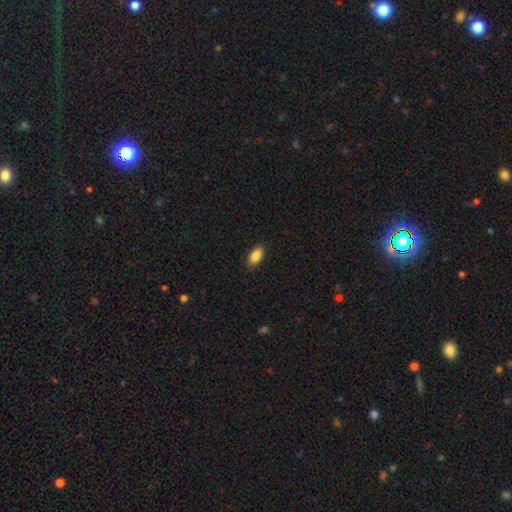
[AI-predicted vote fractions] A smooth galaxy with no disk features (88%) that is in between round and cigar-shaped (92%). Merging: none (87%).